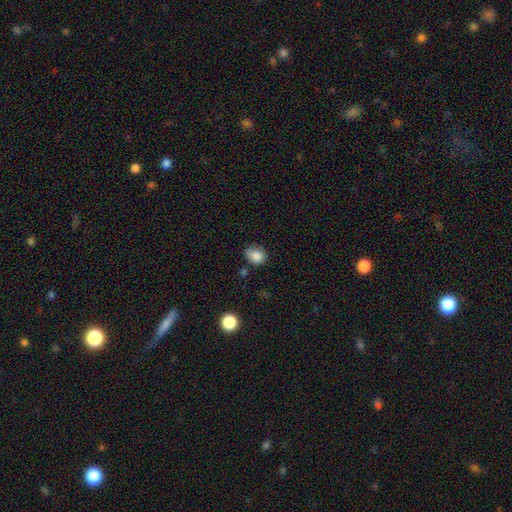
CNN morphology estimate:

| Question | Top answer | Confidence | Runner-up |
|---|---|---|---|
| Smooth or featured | smooth | 84% | star or artifact (10%) |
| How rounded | round | 52% | in between (47%) |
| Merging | none | 56% | minor disturbance (32%) |